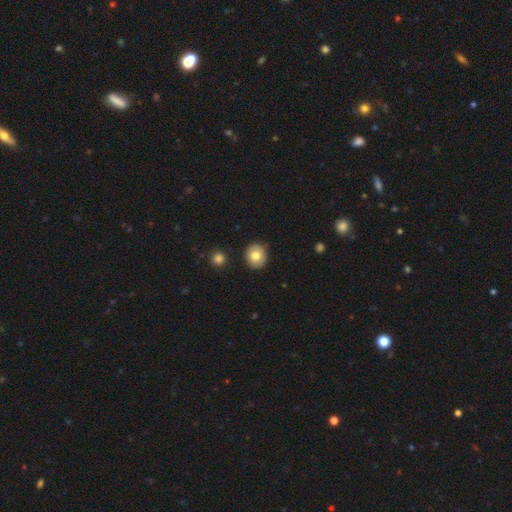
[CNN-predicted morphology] type=smooth (80%); roundness=round (84%); merging=none (89%).